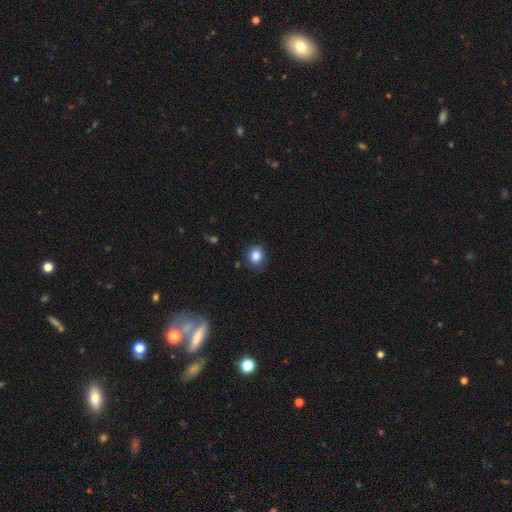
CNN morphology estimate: Q: Smooth or featured?
A: smooth (86%); runner-up: star or artifact (10%)
Q: How rounded?
A: round (66%); runner-up: in between (33%)
Q: Merging?
A: none (83%); runner-up: minor disturbance (12%)